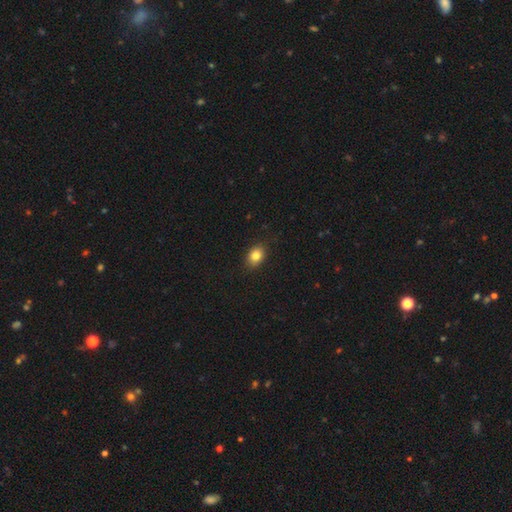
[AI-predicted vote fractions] This appears to be a smooth galaxy with no disk features (83%) that is in between round and cigar-shaped (69%). Merging: none (87%).